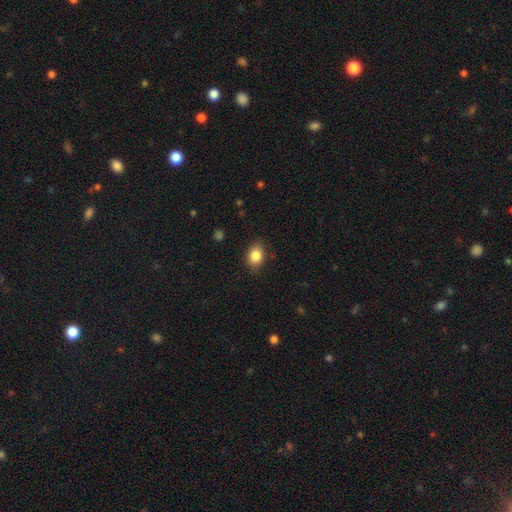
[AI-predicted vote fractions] smooth_or_featured: smooth (p=0.85) [alt: star or artifact p=0.09]
how_rounded: in between (p=0.69) [alt: round p=0.30]
merging: none (p=0.83) [alt: minor disturbance p=0.13]